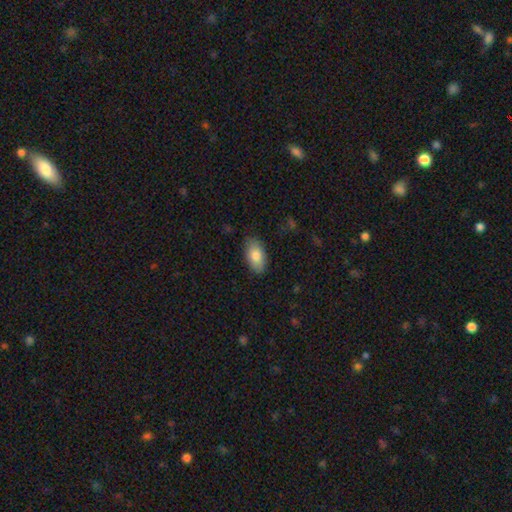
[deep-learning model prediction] smooth-or-featured: smooth: 81% | featured or disk: 13% | star or artifact: 6%
  how-rounded: in between: 93% | round: 4% | cigar-shaped: 3%
  merging: none: 84% | minor disturbance: 12% | major disturbance: 2% | merger: 1%